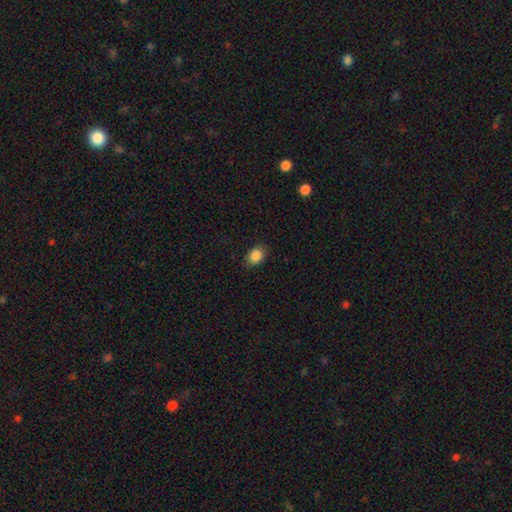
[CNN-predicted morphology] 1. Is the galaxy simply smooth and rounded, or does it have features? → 86% smooth, 9% star or artifact, 5% featured or disk.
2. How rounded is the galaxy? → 69% in between, 30% round, 1% cigar-shaped.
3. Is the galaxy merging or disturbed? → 80% none, 16% minor disturbance, 4% major disturbance, 1% merger.